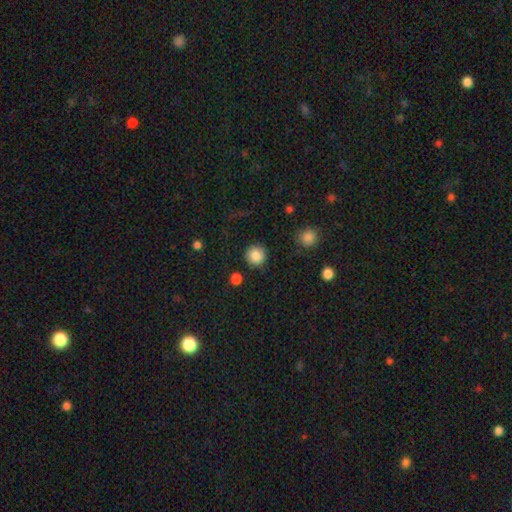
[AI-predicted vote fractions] This is clearly a smooth galaxy (86%). How rounded: clearly round (95%). Merging: clearly none (89%).